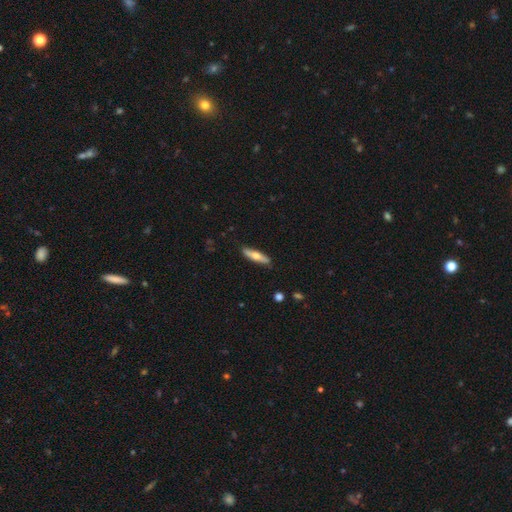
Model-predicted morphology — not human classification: The model was most divided on "smooth or featured": smooth: 59%, featured or disk: 35%, star or artifact: 5%. More confident: merging — none (87%); how rounded — cigar-shaped (77%).